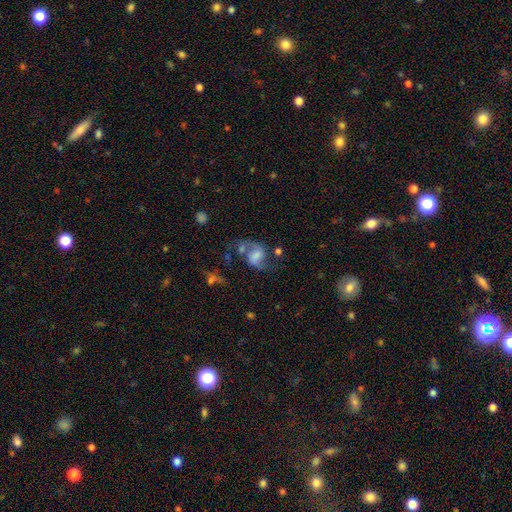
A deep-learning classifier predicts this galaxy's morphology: A featured or disk galaxy (76%) with no bar (45%), 2 (89%) loose (53%) spiral arms (92%) and a moderate central bulge (32%).

Vote fractions:
- Smooth or featured? featured or disk: 76% / smooth: 15% / star or artifact: 9%
- Edge-on disk? no: 98% / yes: 2%
- Bar? no: 45% / weak: 42% / strong: 13%
- Spiral arms? yes: 92% / no: 8%
- Spiral winding? loose: 53% / medium: 39% / tight: 8%
- Spiral arm count? 2: 89% / 1: 5% / can't tell: 3% / 3: 1% / 4: 1% / more than 4: 1%
- Bulge size? moderate: 32% / none: 23% / small: 22% / large: 20% / dominant: 3%
- Merging? none: 46% / major disturbance: 19% / minor disturbance: 18% / merger: 17%